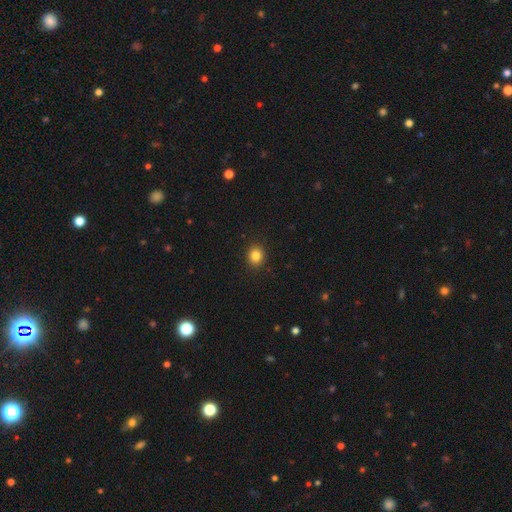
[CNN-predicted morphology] Smooth or featured: smooth — 84% (star or artifact — 11%)
How rounded: round — 74% (in between — 25%)
Merging: none — 91% (minor disturbance — 6%)